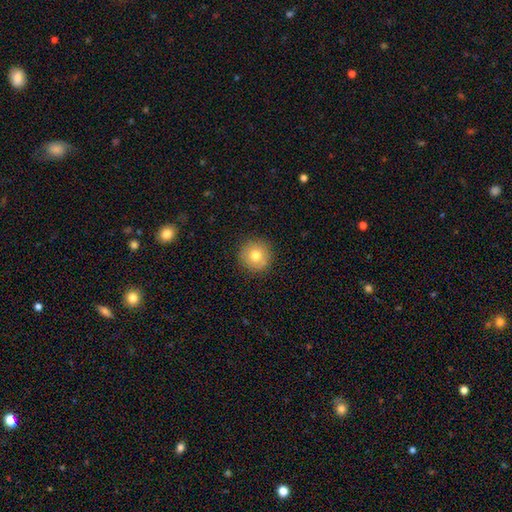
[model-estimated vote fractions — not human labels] The model was most divided on "smooth or featured": smooth: 76%, featured or disk: 14%, star or artifact: 11%. More confident: how rounded — round (95%); merging — none (87%).